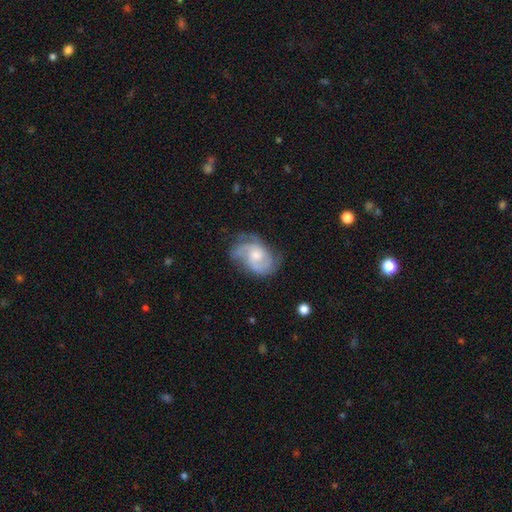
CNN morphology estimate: The model was most divided on "spiral winding": medium: 49%, tight: 37%, loose: 14%. Remaining: edge-on disk — no (98%); spiral arms — yes (96%); smooth or featured — featured or disk (83%); bar — no (66%); merging — none (66%); bulge size — moderate (54%); spiral arm count — 2 (46%).